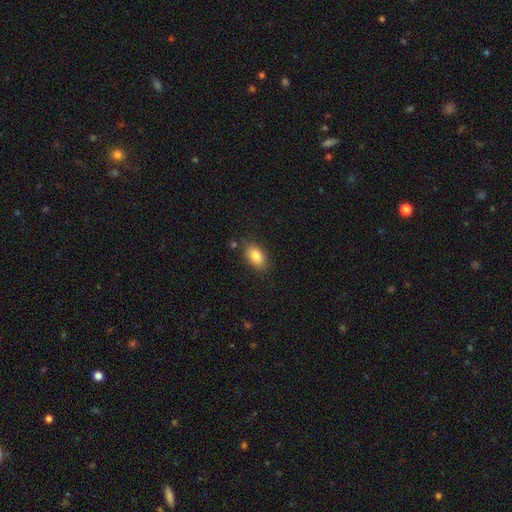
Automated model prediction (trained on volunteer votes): Morphology: type=smooth (85%); roundness=in between (91%); merging=none (82%).